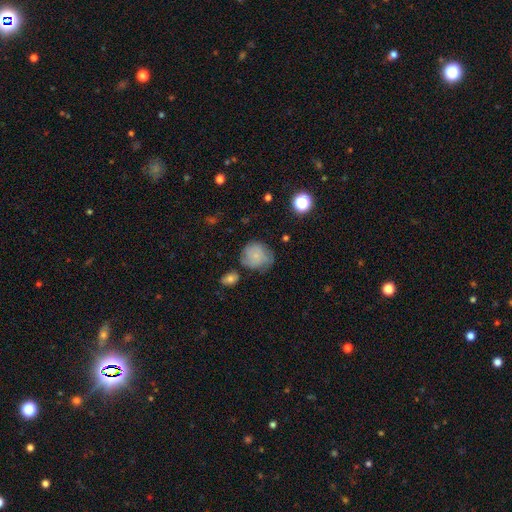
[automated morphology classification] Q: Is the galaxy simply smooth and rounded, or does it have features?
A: smooth — 68%.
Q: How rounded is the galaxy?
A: round — 80%.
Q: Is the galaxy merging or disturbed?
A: none — 56%.